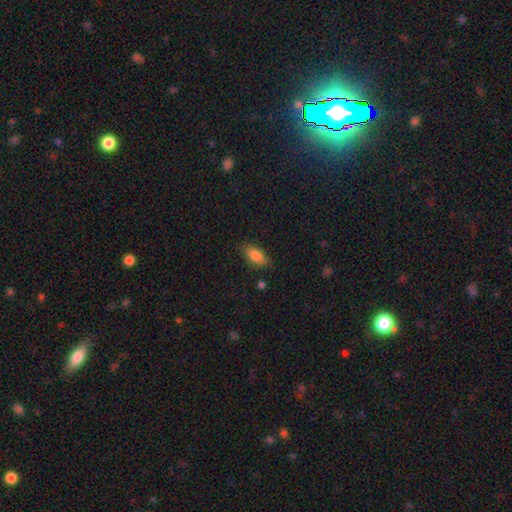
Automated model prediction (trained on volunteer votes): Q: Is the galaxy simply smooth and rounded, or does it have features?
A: smooth — 83%.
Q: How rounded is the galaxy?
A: in between — 85%.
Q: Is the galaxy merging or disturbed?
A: none — 80%.